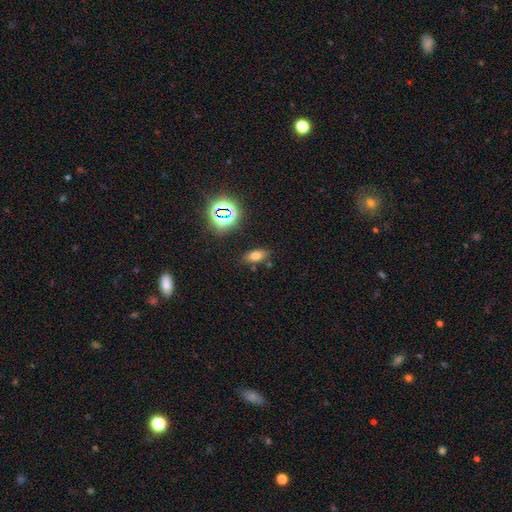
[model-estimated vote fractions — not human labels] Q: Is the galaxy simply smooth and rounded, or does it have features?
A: smooth — 69%.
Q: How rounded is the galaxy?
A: in between — 83%.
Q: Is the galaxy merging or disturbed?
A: none — 78%.